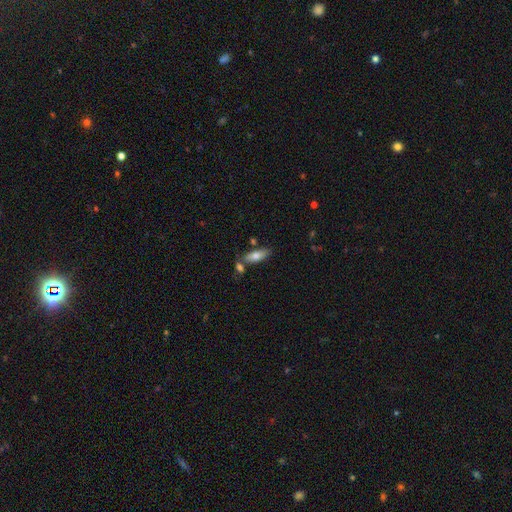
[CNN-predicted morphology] smooth 72%, featured or disk 21%, star or artifact 7%. Down the decision tree: how rounded — in between (67%); merging — none (67%).